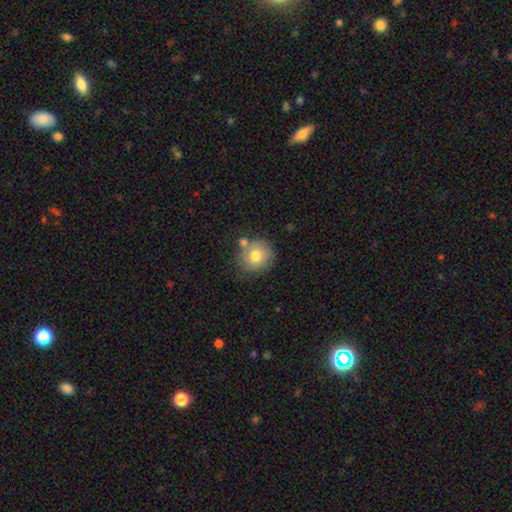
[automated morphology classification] The model was most divided on "merging": none: 68%, minor disturbance: 14%, merger: 14%, major disturbance: 4%. More confident: how rounded — round (86%); smooth or featured — smooth (75%).